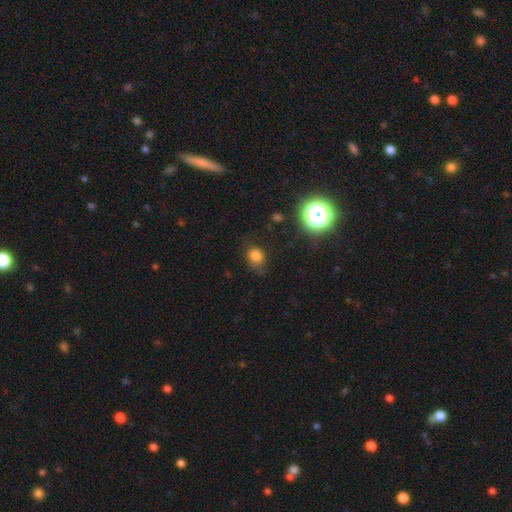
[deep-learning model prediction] Morphology: type=smooth (77%); roundness=round (66%); merging=none (66%).